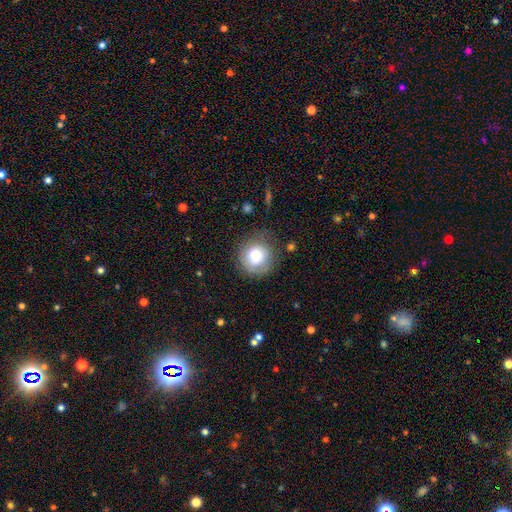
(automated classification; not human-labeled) Smooth or featured? Predicted: smooth (p=0.73). How rounded? Predicted: round (p=0.91). Merging? Predicted: none (p=0.72).